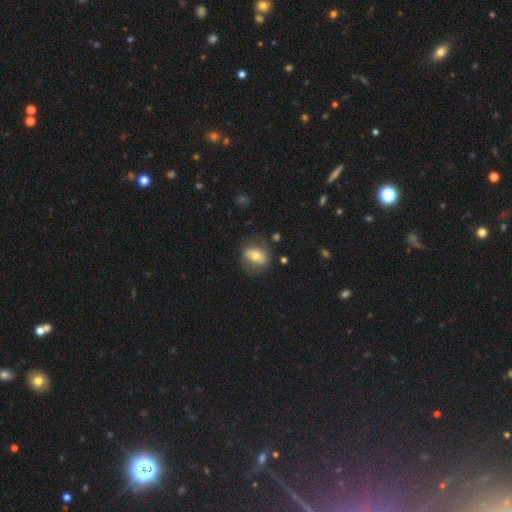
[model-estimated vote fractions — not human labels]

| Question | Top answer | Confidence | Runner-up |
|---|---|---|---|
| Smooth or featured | smooth | 53% | featured or disk (39%) |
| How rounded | in between | 73% | round (24%) |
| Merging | none | 69% | minor disturbance (19%) |